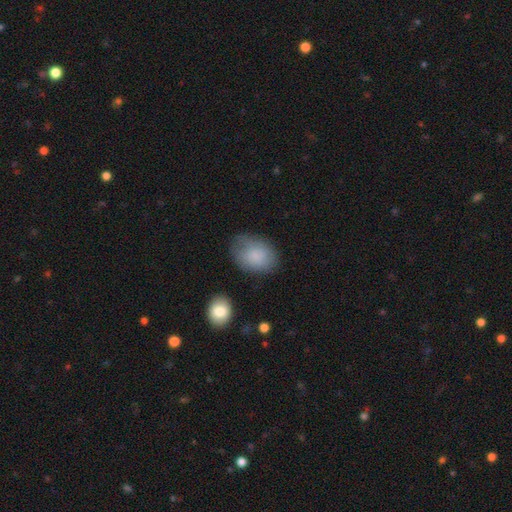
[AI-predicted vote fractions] Overall: smooth (83%). How rounded: in between (76%). Merging: none (65%; minor disturbance 25%).